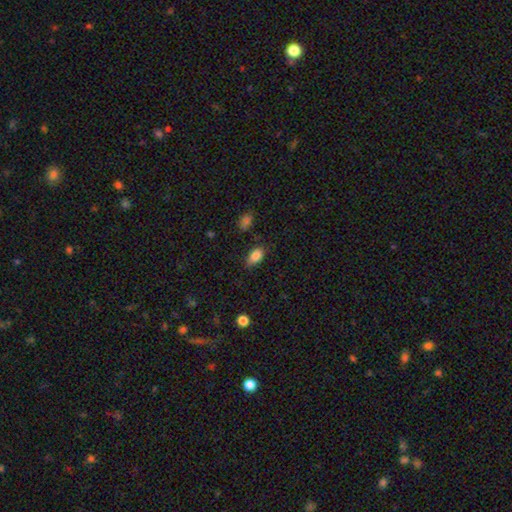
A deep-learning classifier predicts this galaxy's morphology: type=smooth (84%); roundness=in between (90%); merging=none (77%).